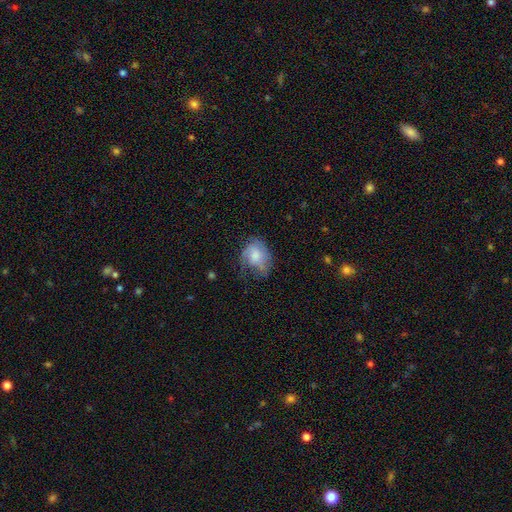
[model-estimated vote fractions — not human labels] A smooth galaxy with no disk features (56%) that is in between round and cigar-shaped (61%). Merging: none (39%).